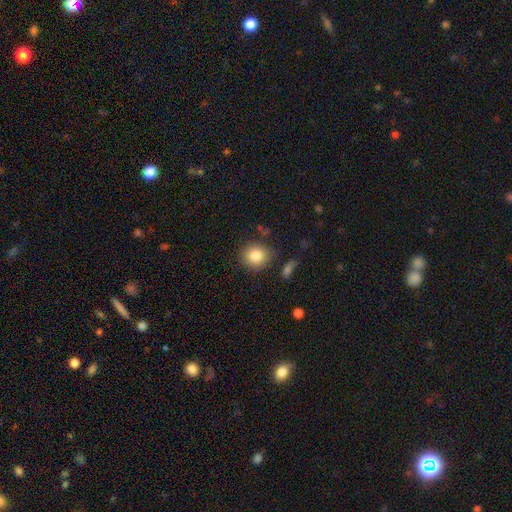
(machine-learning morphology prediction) Q: Smooth or featured?
A: smooth (83%); runner-up: star or artifact (10%)
Q: How rounded?
A: round (82%); runner-up: in between (17%)
Q: Merging?
A: none (84%); runner-up: minor disturbance (10%)